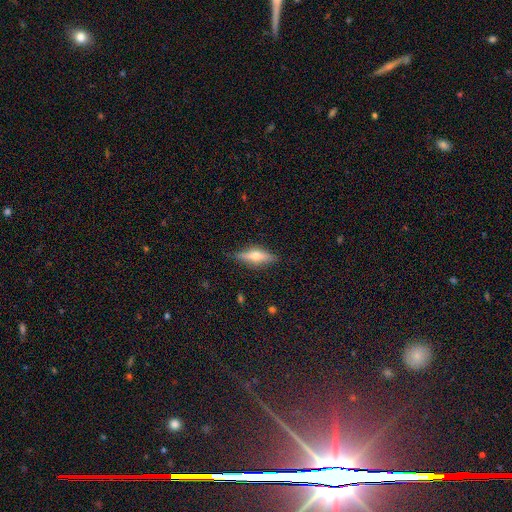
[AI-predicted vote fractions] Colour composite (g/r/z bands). It shows a featured or disk galaxy (56%) viewed edge-on (94%) with a rounded central bulge (92%). Merging: none (84%).